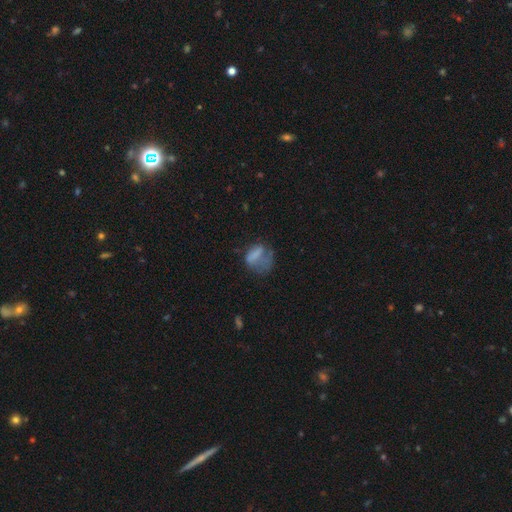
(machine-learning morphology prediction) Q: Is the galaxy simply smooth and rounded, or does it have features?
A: smooth — 61%.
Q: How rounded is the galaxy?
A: in between — 59%.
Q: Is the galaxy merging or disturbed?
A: major disturbance — 42%.